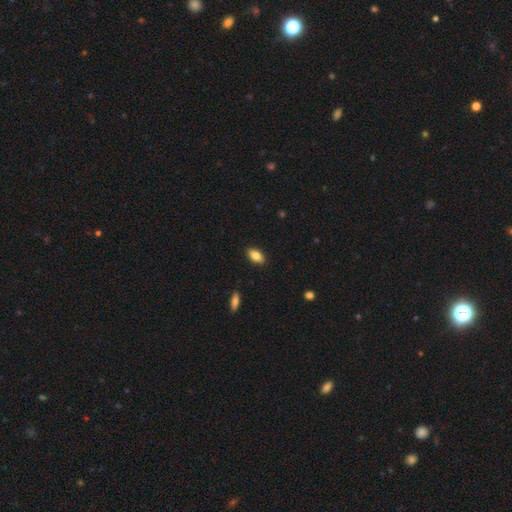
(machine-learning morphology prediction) Smooth or featured? smooth (84%)
How rounded? in between (91%)
Merging? none (88%)